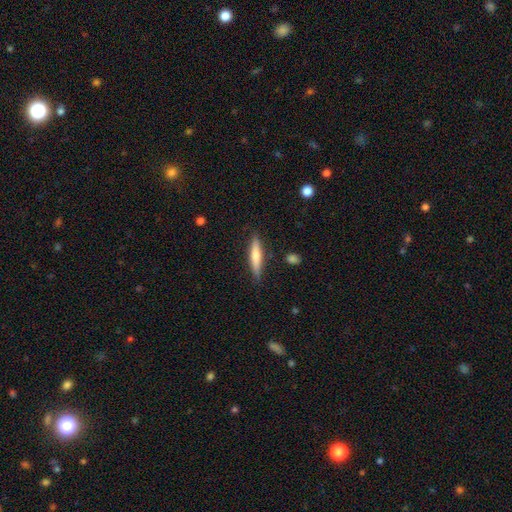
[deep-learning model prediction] A smooth galaxy with no disk features (58%) that is cigar-shaped (87%). Merging: none (86%).